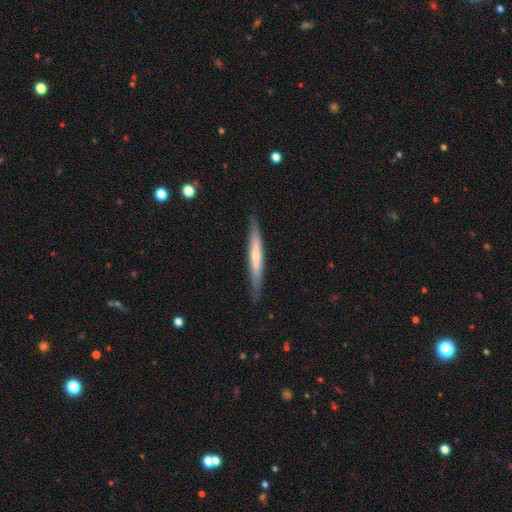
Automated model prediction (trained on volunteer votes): This appears to be a featured or disk galaxy (50%). Merging: none (87%).